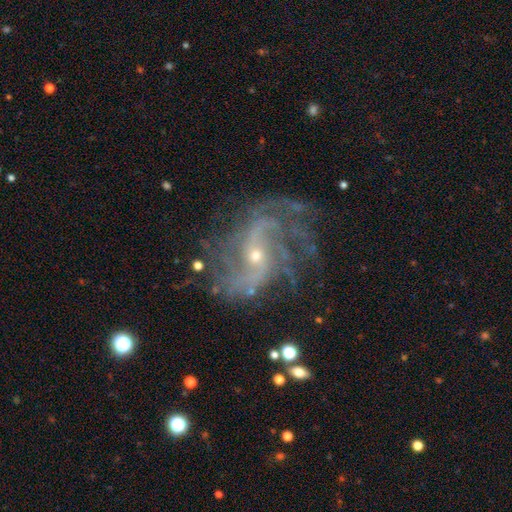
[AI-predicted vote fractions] Smooth or featured? Predicted: featured or disk (p=0.87). Edge-on disk? Predicted: no (p=0.97). Bar? Predicted: no (p=0.41). Spiral arms? Predicted: yes (p=0.97). Spiral winding? Predicted: medium (p=0.43). Spiral arm count? Predicted: 2 (p=0.42). Bulge size? Predicted: small (p=0.74). Merging? Predicted: none (p=0.63).